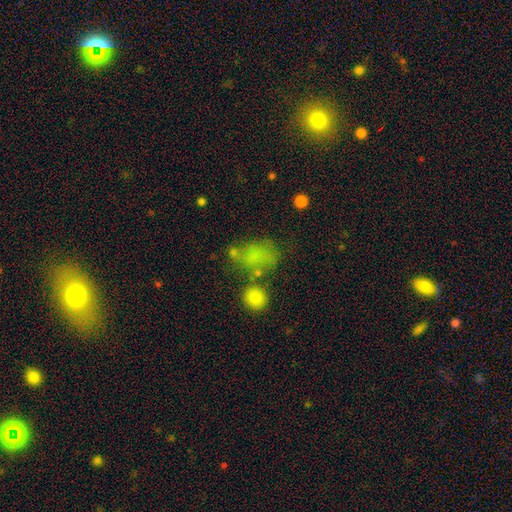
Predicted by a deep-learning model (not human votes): Q: Smooth or featured?
A: smooth (67%); runner-up: star or artifact (18%)
Q: How rounded?
A: in between (71%); runner-up: round (27%)
Q: Merging?
A: none (45%); runner-up: minor disturbance (22%)